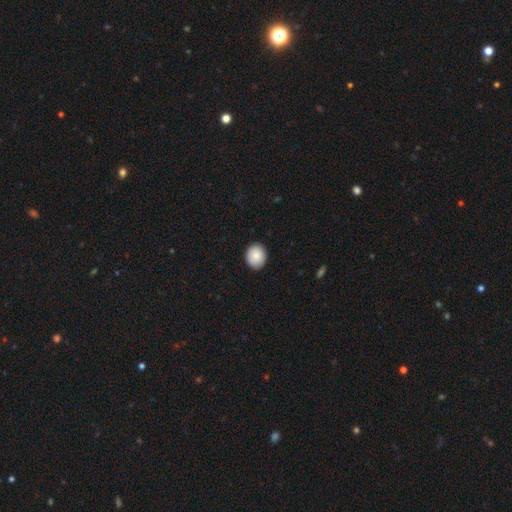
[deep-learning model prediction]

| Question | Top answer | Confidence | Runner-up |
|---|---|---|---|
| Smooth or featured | smooth | 88% | star or artifact (7%) |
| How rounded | round | 60% | in between (40%) |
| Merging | none | 90% | minor disturbance (7%) |